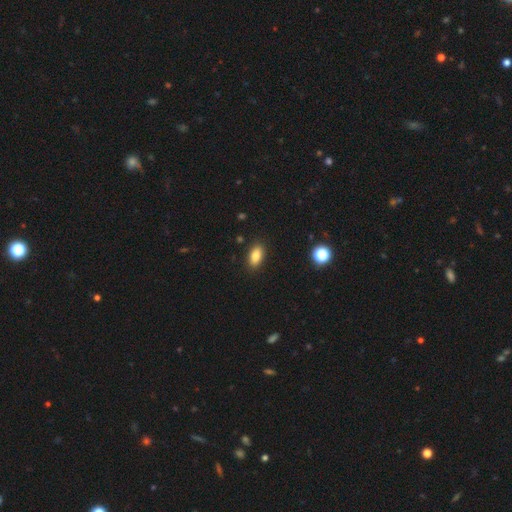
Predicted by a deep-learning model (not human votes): Q: Smooth or featured?
A: smooth (84%); runner-up: star or artifact (9%)
Q: How rounded?
A: in between (90%); runner-up: round (6%)
Q: Merging?
A: none (88%); runner-up: minor disturbance (8%)